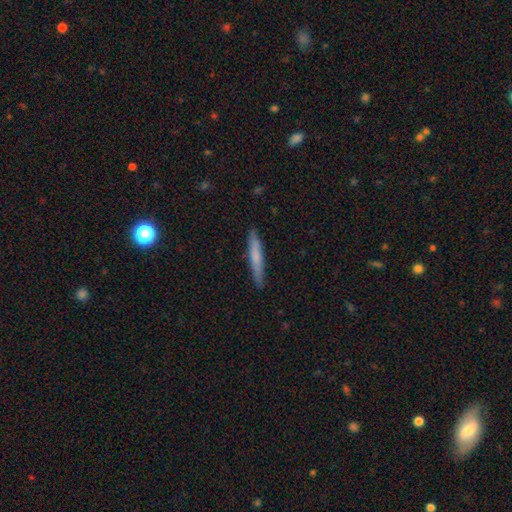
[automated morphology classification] smooth 65%, featured or disk 29%, star or artifact 6%. Down the decision tree: how rounded — cigar-shaped (95%); merging — none (90%).